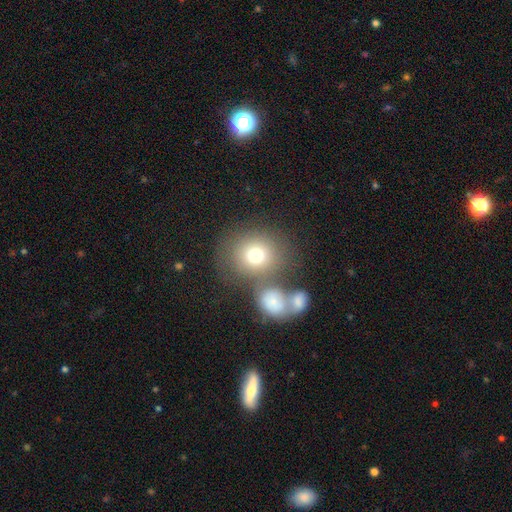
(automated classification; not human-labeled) This is likely a smooth galaxy (75%). How rounded: clearly round (82%). Merging: possibly none (57%).